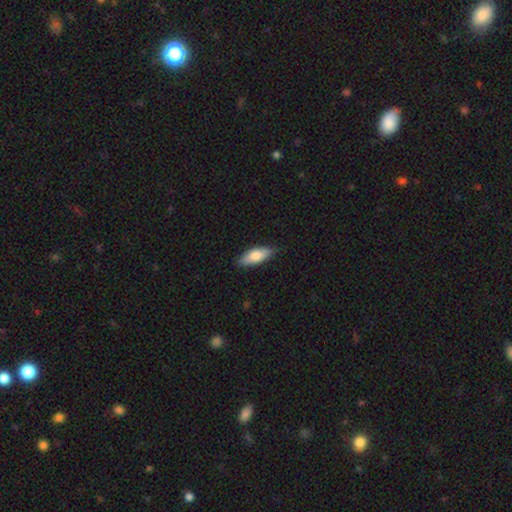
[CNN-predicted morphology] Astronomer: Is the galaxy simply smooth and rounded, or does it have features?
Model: smooth — 76%.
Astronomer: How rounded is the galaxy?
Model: in between — 73%.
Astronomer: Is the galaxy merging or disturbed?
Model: none — 83%.